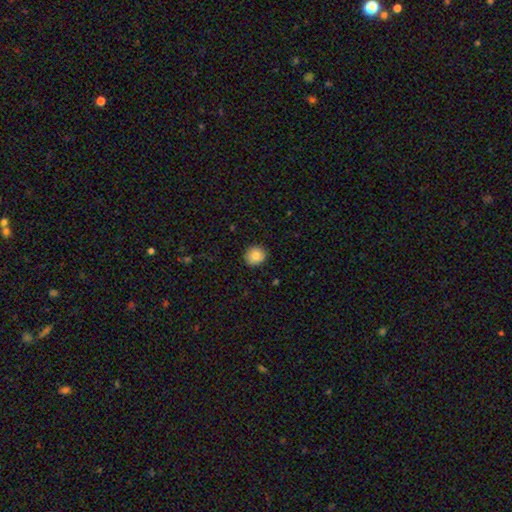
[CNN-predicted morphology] Q: Smooth or featured?
A: smooth (85%); runner-up: star or artifact (8%)
Q: How rounded?
A: round (84%); runner-up: in between (15%)
Q: Merging?
A: none (88%); runner-up: minor disturbance (9%)